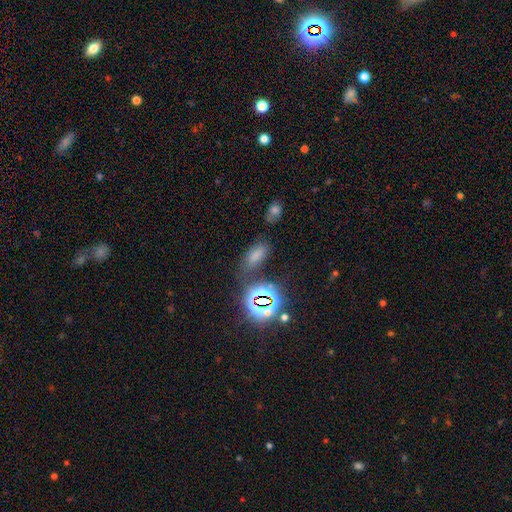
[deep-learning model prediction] Overall: smooth (63%; star or artifact 28%). How rounded: in between (86%). Merging: none (62%).